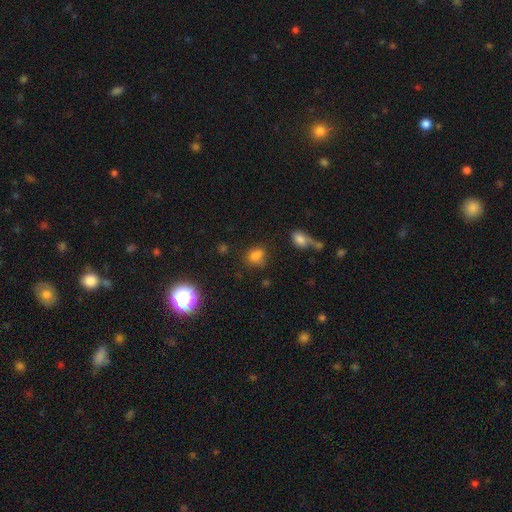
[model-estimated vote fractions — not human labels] smooth_or_featured: smooth (p=0.77) [alt: star or artifact p=0.16]
how_rounded: in between (p=0.62) [alt: round p=0.36]
merging: none (p=0.62) [alt: minor disturbance p=0.21]